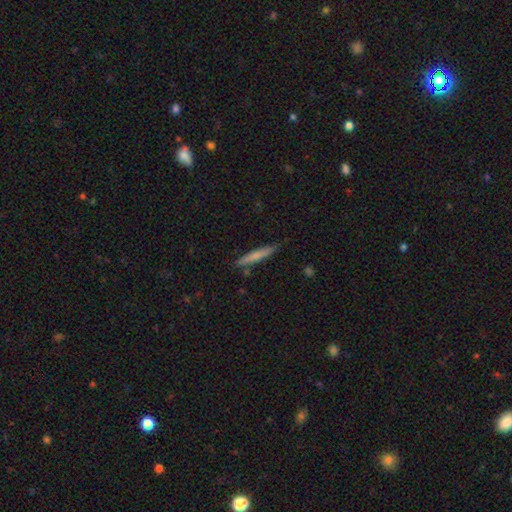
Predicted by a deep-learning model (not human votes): This appears to be a smooth galaxy with no disk features (71%) that is cigar-shaped (94%). Merging: none (84%).